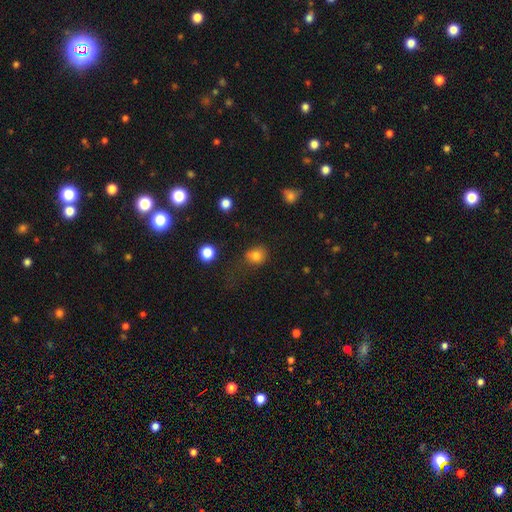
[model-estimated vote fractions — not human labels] Smooth or featured: smooth — 79% (star or artifact — 13%)
How rounded: round — 73% (in between — 26%)
Merging: none — 64% (minor disturbance — 21%)